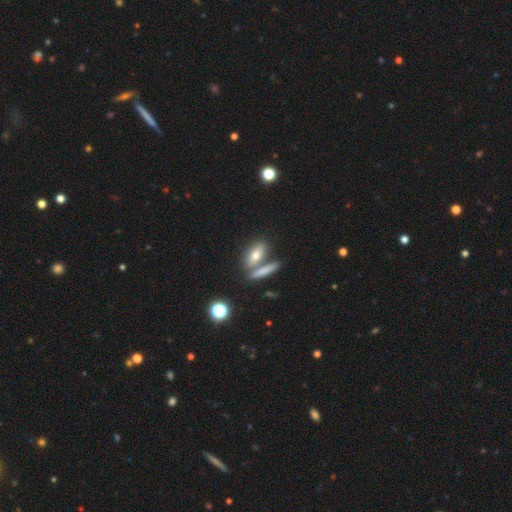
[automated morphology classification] smooth 68%, featured or disk 23%, star or artifact 9%. Down the decision tree: how rounded — in between (65%); merging — none (55%).